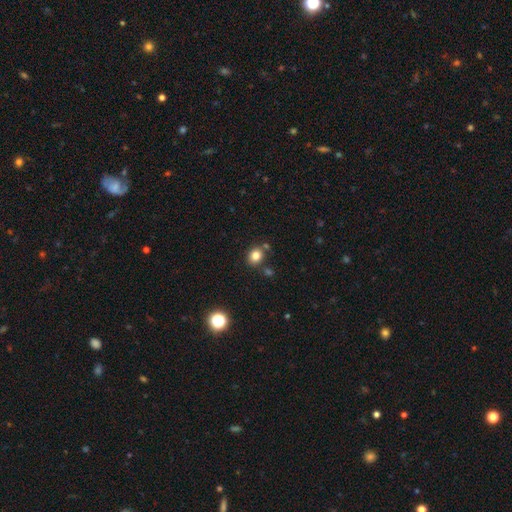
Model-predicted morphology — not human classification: This is clearly a smooth galaxy (81%). How rounded: likely round (67%). Merging: likely none (78%).